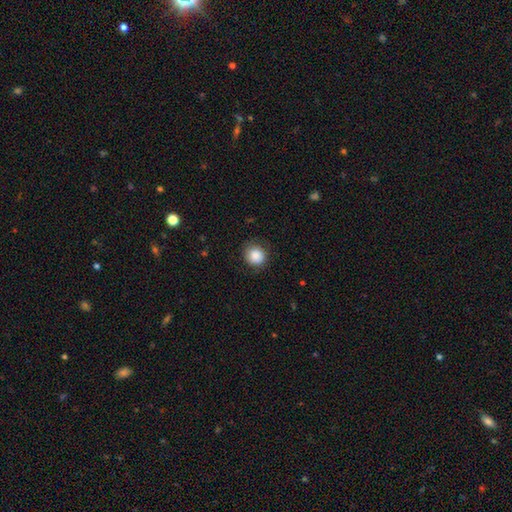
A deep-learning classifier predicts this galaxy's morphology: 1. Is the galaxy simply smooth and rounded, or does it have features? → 86% smooth, 9% star or artifact, 5% featured or disk.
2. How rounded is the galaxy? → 88% round, 11% in between, 1% cigar-shaped.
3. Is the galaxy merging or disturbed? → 82% none, 13% minor disturbance, 4% major disturbance, 1% merger.